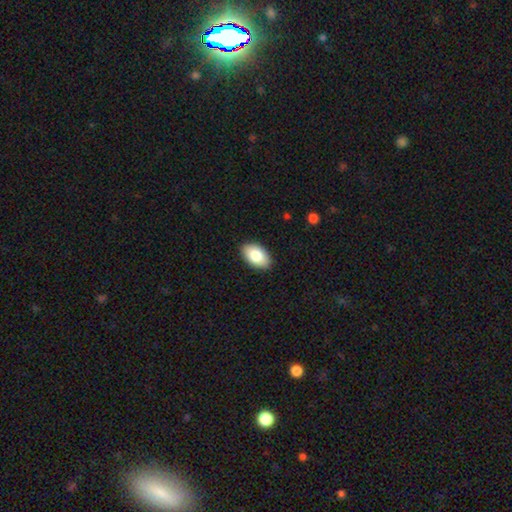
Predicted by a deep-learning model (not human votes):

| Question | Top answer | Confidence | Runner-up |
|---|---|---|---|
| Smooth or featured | smooth | 83% | featured or disk (10%) |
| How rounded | in between | 94% | round (4%) |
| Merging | none | 90% | minor disturbance (8%) |